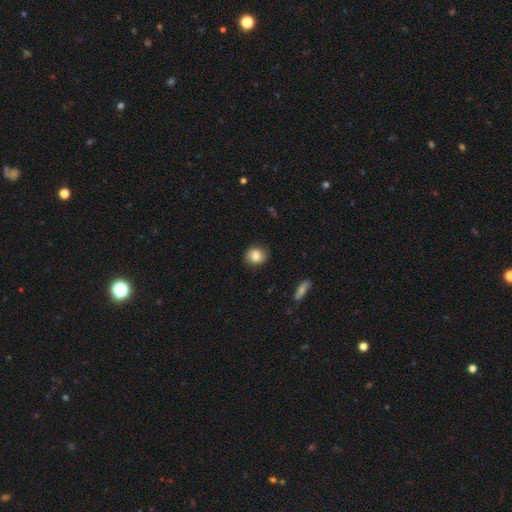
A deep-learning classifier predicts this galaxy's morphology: Smooth or featured? smooth (83%)
How rounded? round (73%)
Merging? none (87%)